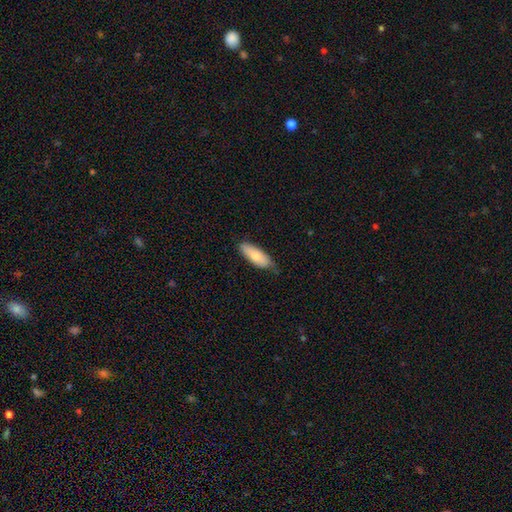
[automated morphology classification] Smooth or featured? Predicted: smooth (p=0.77). How rounded? Predicted: in between (p=0.73). Merging? Predicted: none (p=0.65).